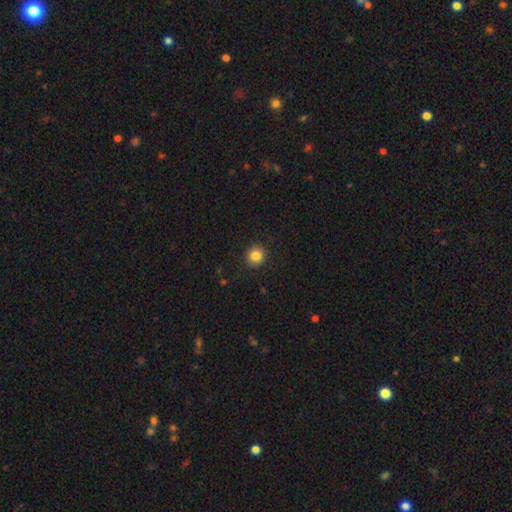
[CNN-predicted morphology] This is clearly a smooth galaxy (85%). How rounded: clearly round (88%). Merging: clearly none (91%).